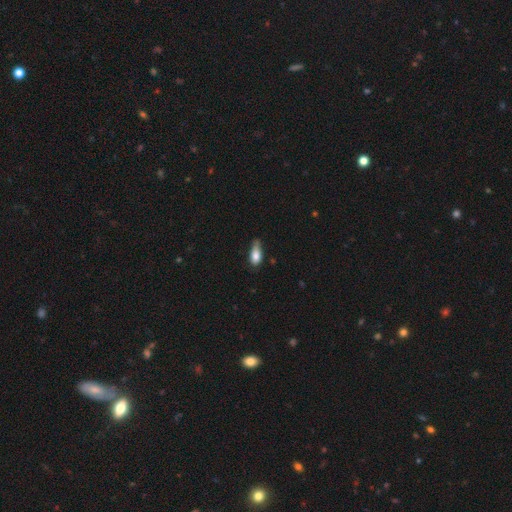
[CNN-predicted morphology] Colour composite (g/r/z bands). It shows a smooth galaxy with no disk features (79%) that is in between round and cigar-shaped (81%). Merging: minor disturbance (45%).